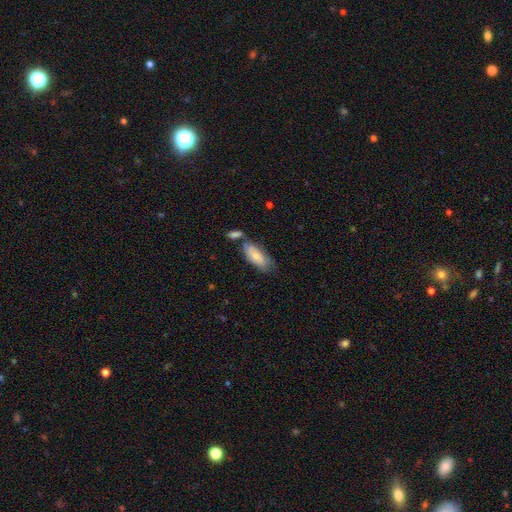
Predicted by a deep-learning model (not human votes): This appears to be a smooth galaxy with no disk features (72%) that is in between round and cigar-shaped (84%). Merging: none (48%).